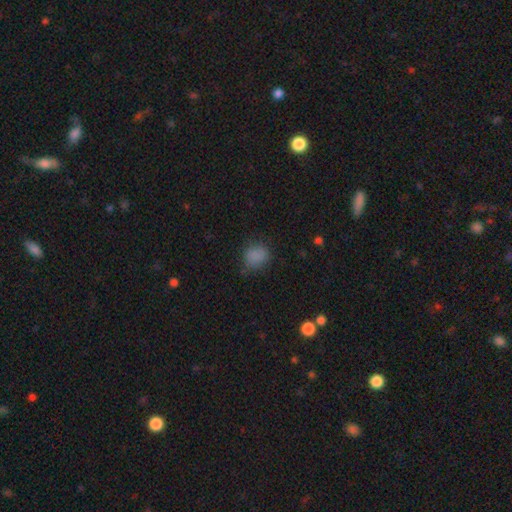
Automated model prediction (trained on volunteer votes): smooth_or_featured: smooth (p=0.82) [alt: star or artifact p=0.13]
how_rounded: round (p=0.70) [alt: in between p=0.29]
merging: none (p=0.75) [alt: minor disturbance p=0.18]